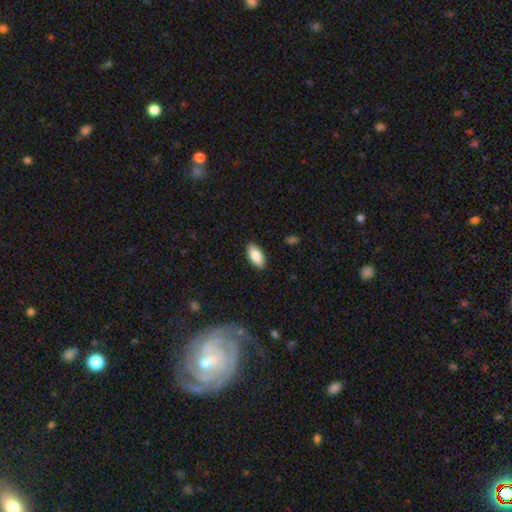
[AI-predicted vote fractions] This appears to be a smooth galaxy with no disk features (84%) that is in between round and cigar-shaped (88%). Merging: none (88%).